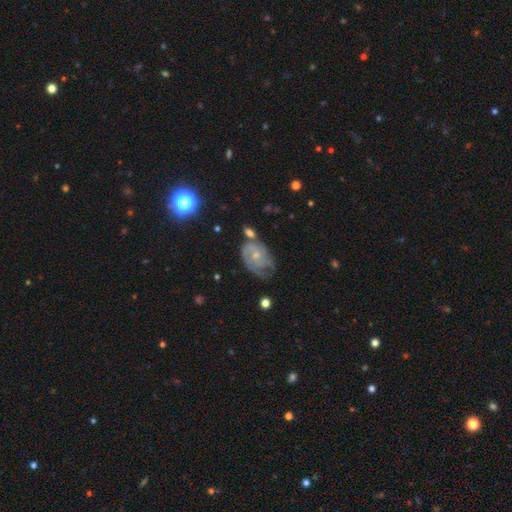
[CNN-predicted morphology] smooth-or-featured: featured or disk: 70% | smooth: 22% | star or artifact: 8%
  disk-edge-on: no: 97% | yes: 3%
    bar: no: 76% | weak: 21% | strong: 3%
    has-spiral-arms: yes: 82% | no: 18%
      spiral-winding: tight: 52% | medium: 34% | loose: 14%
      spiral-arm-count: can't tell: 43% | 2: 26% | 3: 16% | 1: 7% | 4: 5% | more than 4: 3%
    bulge-size: small: 64% | moderate: 30% | none: 3% | large: 1% | dominant: 1%
  merging: none: 38% | minor disturbance: 29% | major disturbance: 21% | merger: 12%